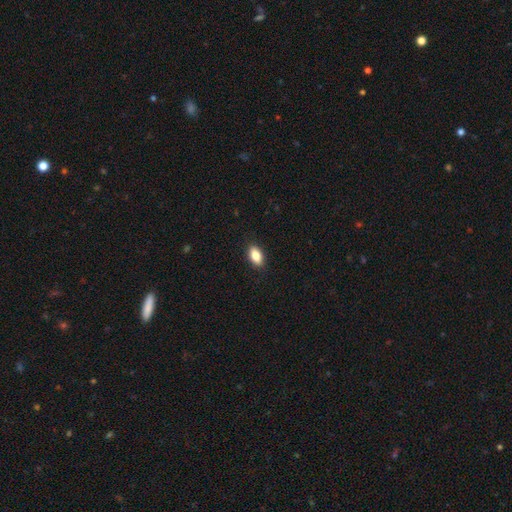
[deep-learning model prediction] This appears to be a smooth galaxy with no disk features (85%) that is in between round and cigar-shaped (90%). Merging: none (89%).